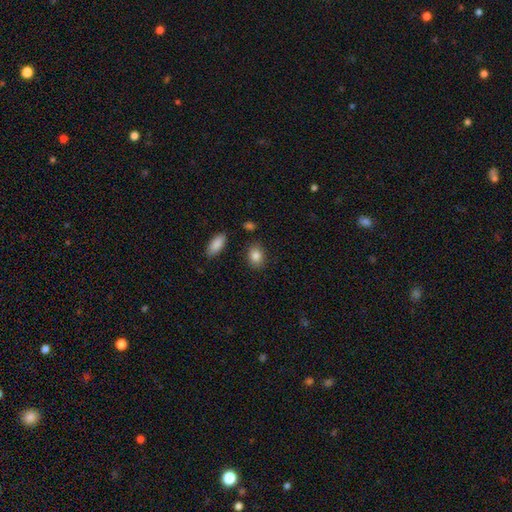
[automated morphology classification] smooth 86%, star or artifact 8%, featured or disk 6%. Down the decision tree: how rounded — in between (67%); merging — none (85%).